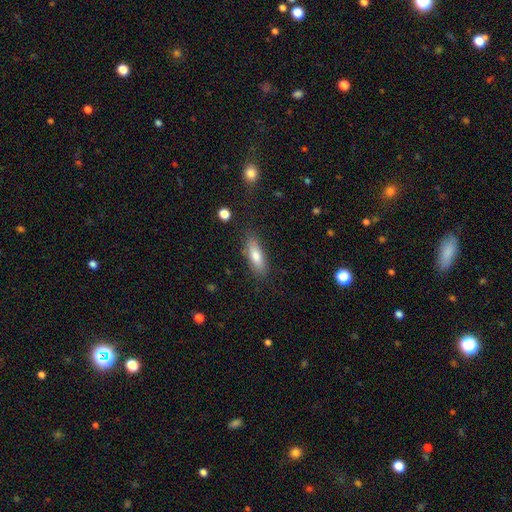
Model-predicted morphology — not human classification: A smooth galaxy with no disk features (75%) that is in between round and cigar-shaped (54%).

Vote fractions:
- Smooth or featured? smooth: 75% / featured or disk: 18% / star or artifact: 7%
- How rounded? in between: 54% / cigar-shaped: 43% / round: 2%
- Merging? none: 81% / minor disturbance: 14% / major disturbance: 4% / merger: 2%